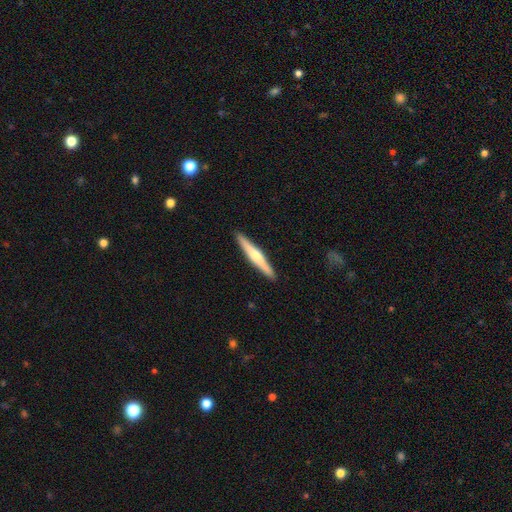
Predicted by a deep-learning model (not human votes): featured or disk 53%, smooth 42%, star or artifact 5%. Down the decision tree: edge-on disk — yes (97%); edge-on bulge — rounded (71%); merging — none (92%).